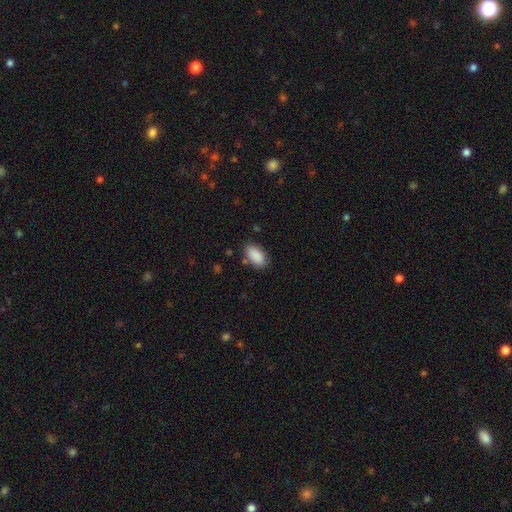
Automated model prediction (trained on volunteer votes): This appears to be a smooth galaxy with no disk features (90%) that is in between round and cigar-shaped (94%). Merging: none (82%).